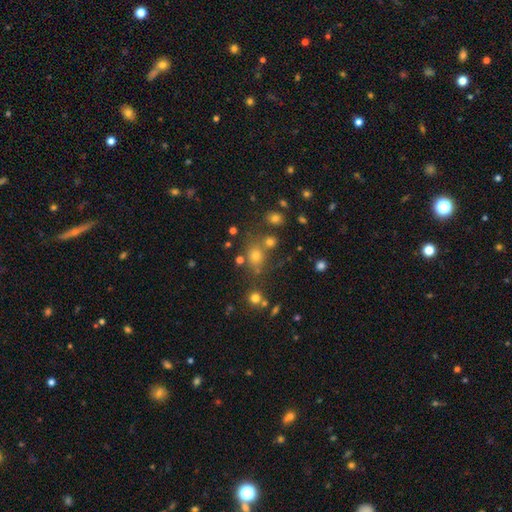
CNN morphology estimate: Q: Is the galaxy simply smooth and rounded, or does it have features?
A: smooth — 60%.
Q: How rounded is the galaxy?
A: round — 69%.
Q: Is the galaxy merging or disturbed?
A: none — 64%.